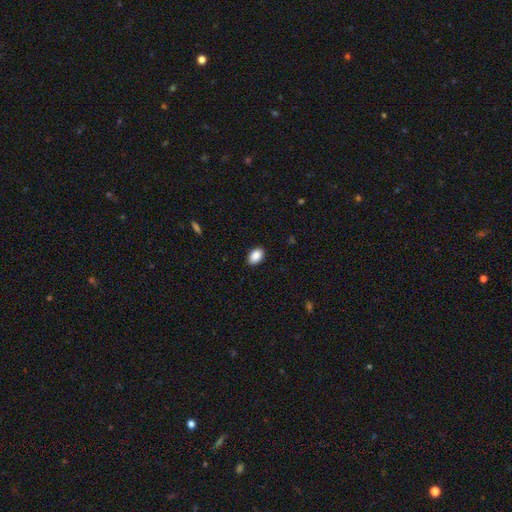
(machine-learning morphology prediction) Overall: smooth (90%). How rounded: in between (90%). Merging: none (89%).